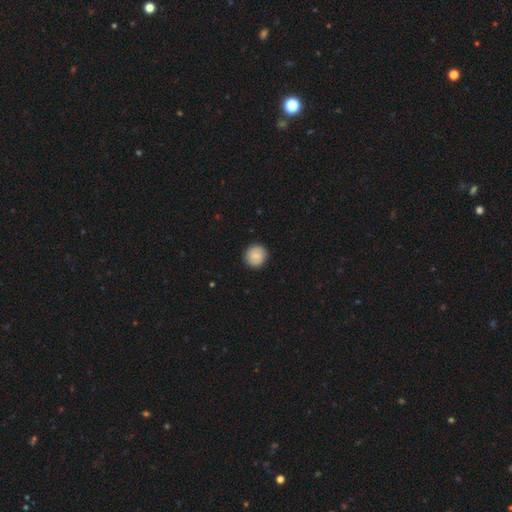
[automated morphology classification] The model was most divided on "smooth or featured": smooth: 80%, featured or disk: 13%, star or artifact: 7%. More confident: how rounded — round (92%); merging — none (91%).